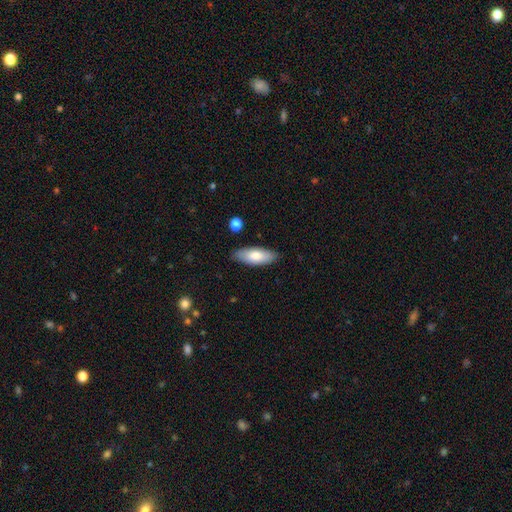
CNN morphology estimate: Smooth or featured? Predicted: smooth (p=0.78). How rounded? Predicted: in between (p=0.75). Merging? Predicted: none (p=0.85).